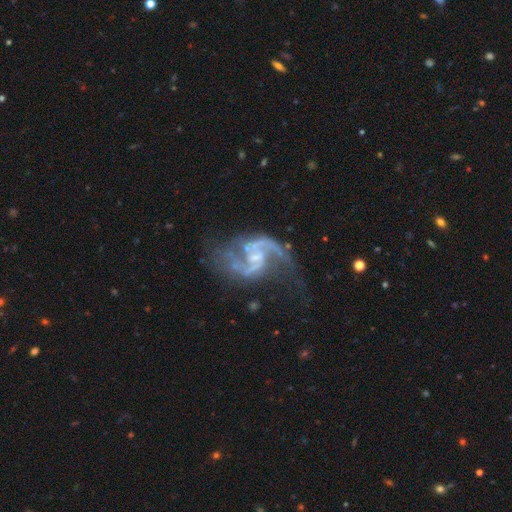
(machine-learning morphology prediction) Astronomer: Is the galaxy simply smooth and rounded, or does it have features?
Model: featured or disk — 91%.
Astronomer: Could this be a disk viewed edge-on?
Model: no — 98%.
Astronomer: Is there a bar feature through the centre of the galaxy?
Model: weak — 49% (runner-up: no, 39%).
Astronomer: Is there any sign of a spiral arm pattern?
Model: yes — 97%.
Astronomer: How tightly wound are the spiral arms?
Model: loose — 49% (runner-up: medium, 42%).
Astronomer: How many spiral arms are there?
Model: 2 — 89%.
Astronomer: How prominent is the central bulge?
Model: small — 53%.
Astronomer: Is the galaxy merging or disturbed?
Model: none — 50%.